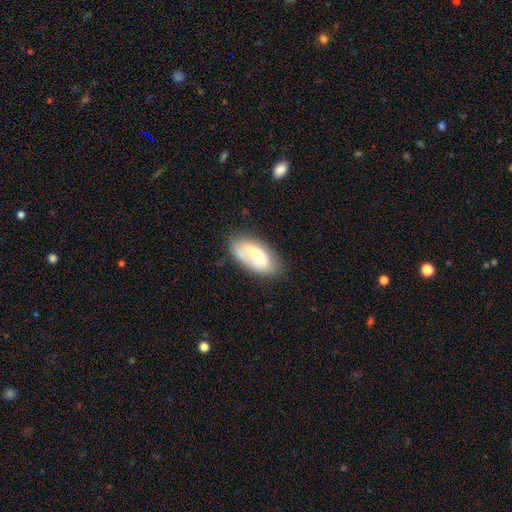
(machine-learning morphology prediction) This is likely a smooth galaxy (66%). How rounded: clearly in between (93%). Merging: likely none (65%).